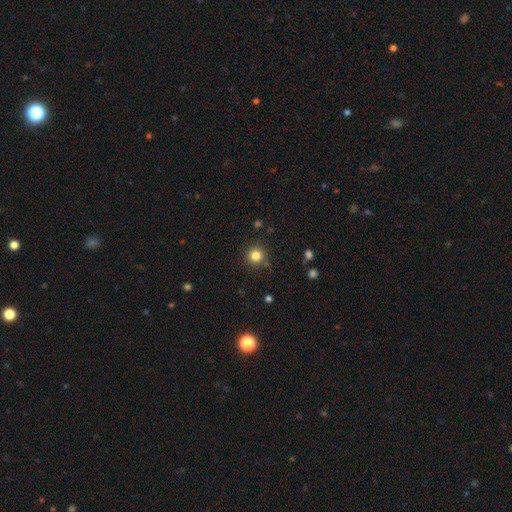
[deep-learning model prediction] smooth 82%, star or artifact 13%, featured or disk 5%. Down the decision tree: how rounded — round (95%); merging — none (87%).